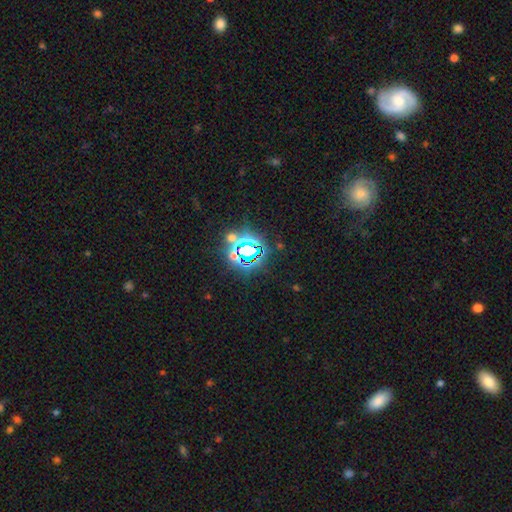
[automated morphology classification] A star or artifact, not a galaxy (78%).